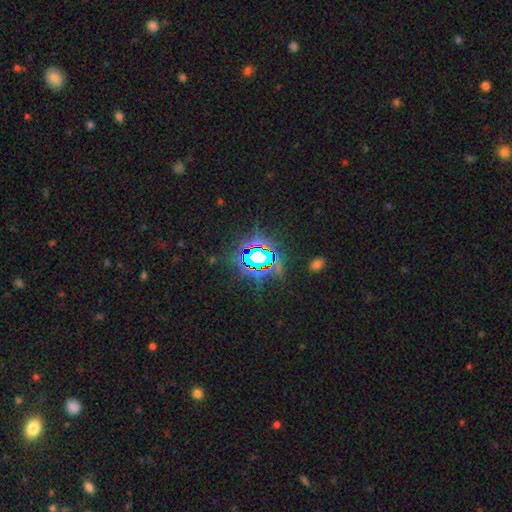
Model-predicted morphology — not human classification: A star or artifact, not a galaxy (77%).